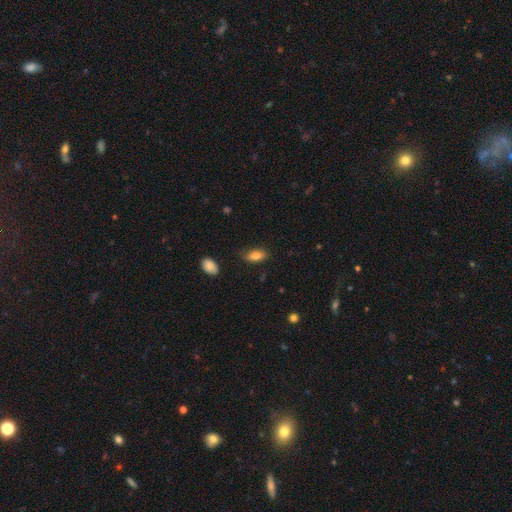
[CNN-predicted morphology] smooth-or-featured: smooth: 84% | featured or disk: 8% | star or artifact: 8%
  how-rounded: in between: 87% | cigar-shaped: 9% | round: 4%
  merging: none: 78% | minor disturbance: 17% | major disturbance: 4% | merger: 2%